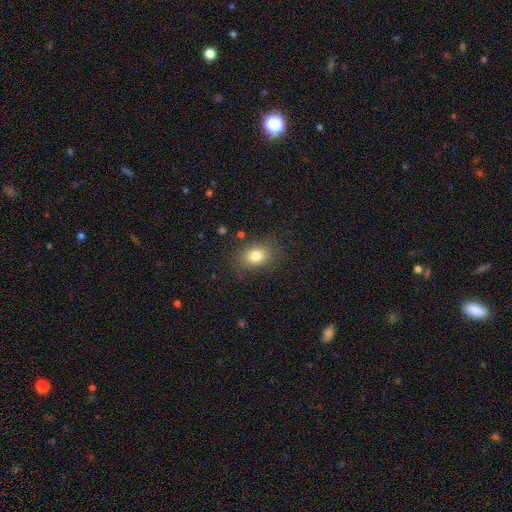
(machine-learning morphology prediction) type=smooth (80%); roundness=in between (69%); merging=none (81%).